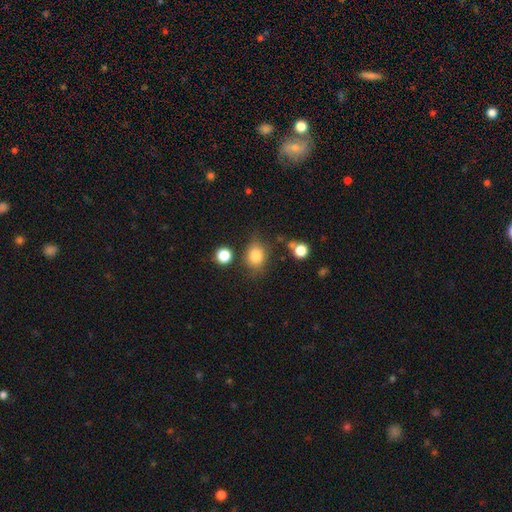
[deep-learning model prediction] This is clearly a smooth galaxy (83%). How rounded: possibly round (52%). Merging: likely none (70%).